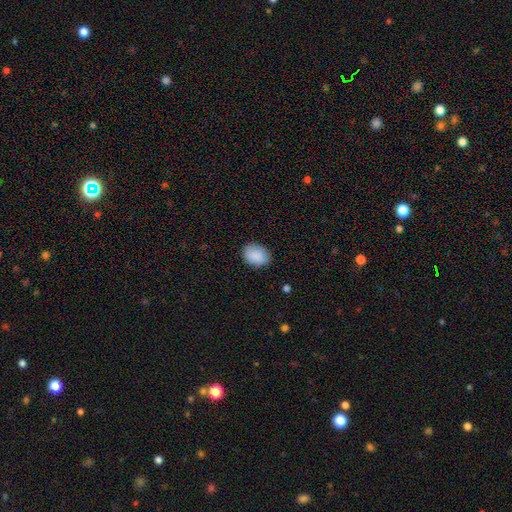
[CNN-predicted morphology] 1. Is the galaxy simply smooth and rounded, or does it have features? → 89% smooth, 7% star or artifact, 4% featured or disk.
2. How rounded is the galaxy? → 71% in between, 28% round, 1% cigar-shaped.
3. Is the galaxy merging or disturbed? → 83% none, 13% minor disturbance, 3% major disturbance, 1% merger.